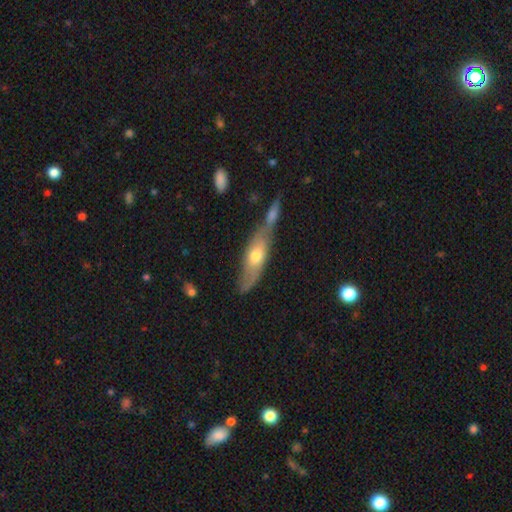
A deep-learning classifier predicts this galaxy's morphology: A featured or disk galaxy (48%). Merging: none (44%).